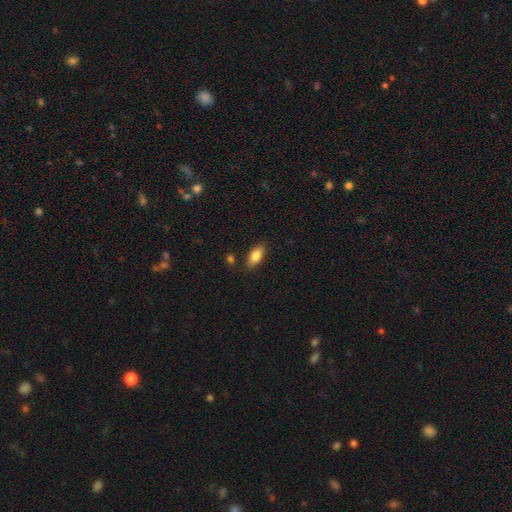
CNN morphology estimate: A smooth galaxy with no disk features (85%) that is in between round and cigar-shaped (88%).

Vote fractions:
- Smooth or featured? smooth: 85% / featured or disk: 8% / star or artifact: 7%
- How rounded? in between: 88% / cigar-shaped: 9% / round: 3%
- Merging? none: 83% / minor disturbance: 11% / merger: 3% / major disturbance: 3%